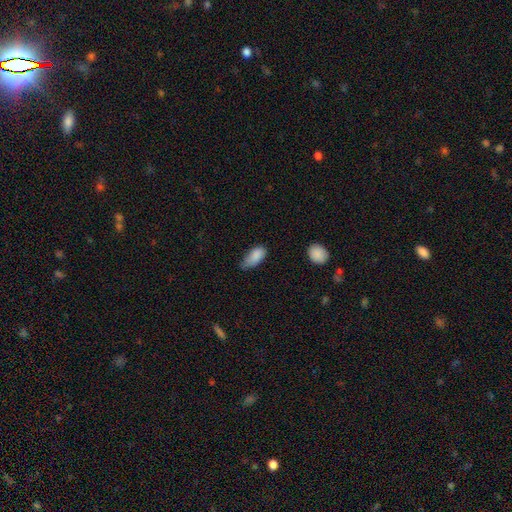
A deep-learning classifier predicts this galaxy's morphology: smooth-or-featured: smooth: 86% | star or artifact: 7% | featured or disk: 6%
  how-rounded: in between: 91% | cigar-shaped: 6% | round: 3%
  merging: minor disturbance: 47% | none: 41% | major disturbance: 10% | merger: 2%